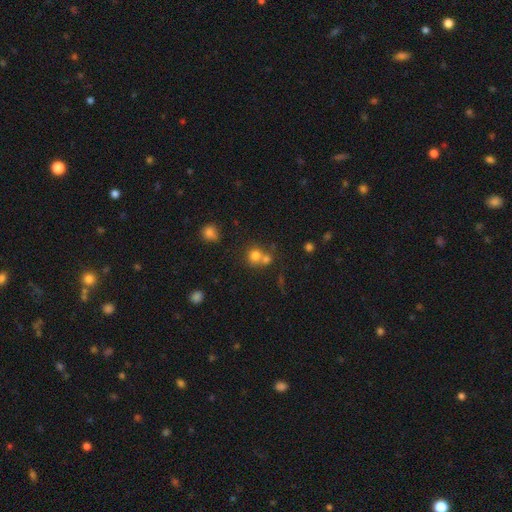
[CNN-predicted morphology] Smooth or featured?
  - smooth: 74% *
  - star or artifact: 15%
  - featured or disk: 11%
How rounded?
  - round: 84% *
  - in between: 15%
  - cigar-shaped: 1%
Merging?
  - none: 45% *
  - merger: 44%
  - minor disturbance: 8%
  - major disturbance: 3%